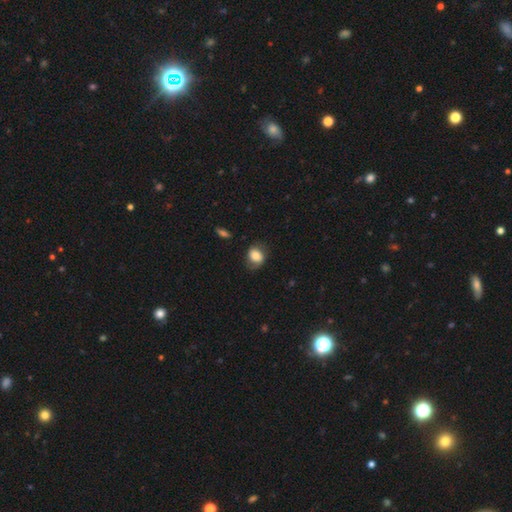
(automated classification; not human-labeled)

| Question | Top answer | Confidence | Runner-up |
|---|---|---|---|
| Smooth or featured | smooth | 73% | featured or disk (19%) |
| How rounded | in between | 54% | round (45%) |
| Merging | none | 66% | minor disturbance (24%) |